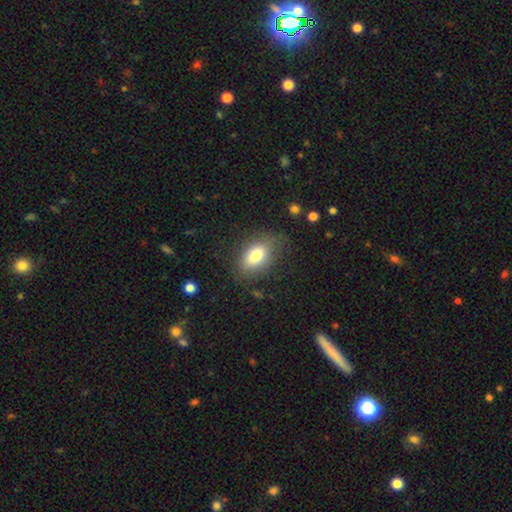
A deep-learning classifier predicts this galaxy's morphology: A smooth galaxy with no disk features (77%) that is in between round and cigar-shaped (87%).

Vote fractions:
- Smooth or featured? smooth: 77% / featured or disk: 15% / star or artifact: 9%
- How rounded? in between: 87% / round: 10% / cigar-shaped: 3%
- Merging? none: 73% / minor disturbance: 18% / major disturbance: 7% / merger: 2%